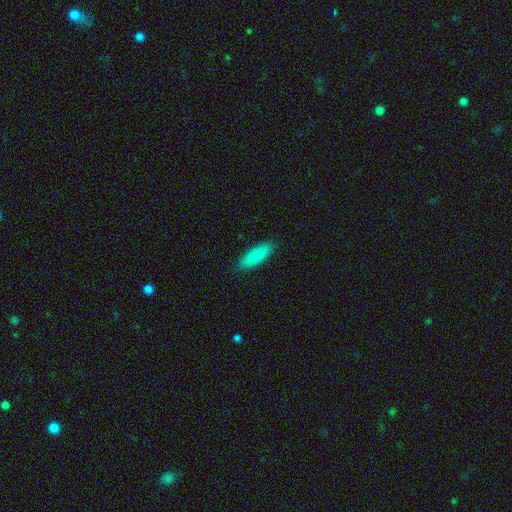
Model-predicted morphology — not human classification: Smooth or featured: smooth — 76% (featured or disk — 18%)
How rounded: in between — 70% (cigar-shaped — 28%)
Merging: none — 87% (minor disturbance — 10%)